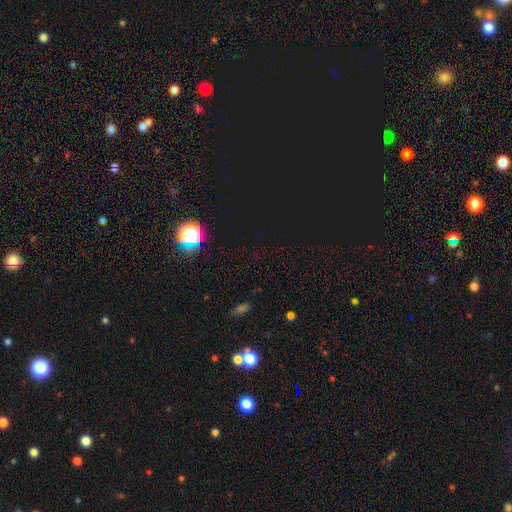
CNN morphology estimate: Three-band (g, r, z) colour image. It shows a star or artifact, not a galaxy (76%).